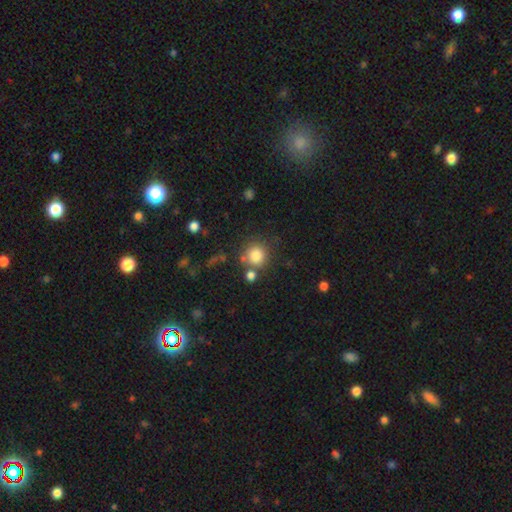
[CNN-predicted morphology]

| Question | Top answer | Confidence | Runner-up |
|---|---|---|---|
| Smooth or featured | smooth | 81% | star or artifact (12%) |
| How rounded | round | 91% | in between (8%) |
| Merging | none | 72% | merger (13%) |